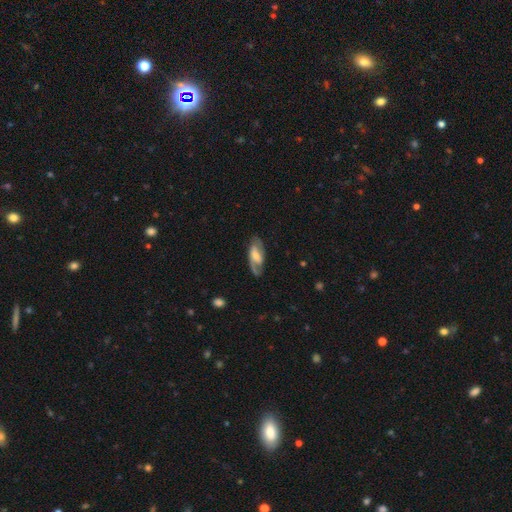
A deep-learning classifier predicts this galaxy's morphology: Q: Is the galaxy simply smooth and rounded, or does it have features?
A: featured or disk — 73%.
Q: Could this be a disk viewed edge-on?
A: no — 90%.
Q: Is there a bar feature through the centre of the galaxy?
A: weak — 44%.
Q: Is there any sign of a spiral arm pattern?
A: yes — 89%.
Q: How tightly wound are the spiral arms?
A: medium — 48%.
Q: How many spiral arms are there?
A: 2 — 80%.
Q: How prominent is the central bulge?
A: moderate — 45%.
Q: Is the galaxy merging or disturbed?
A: none — 76%.